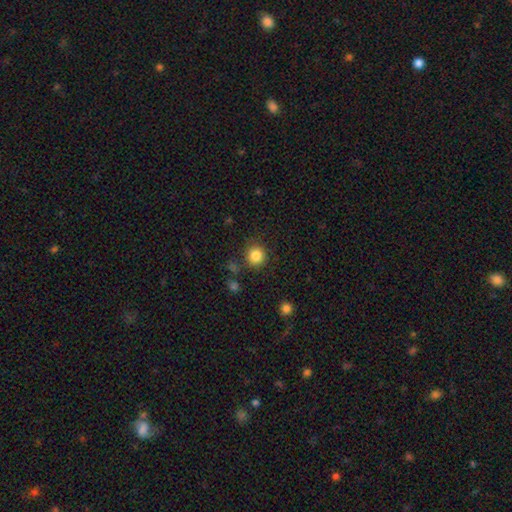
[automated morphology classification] This appears to be a smooth galaxy with no disk features (84%) that is round (90%). Merging: none (84%).